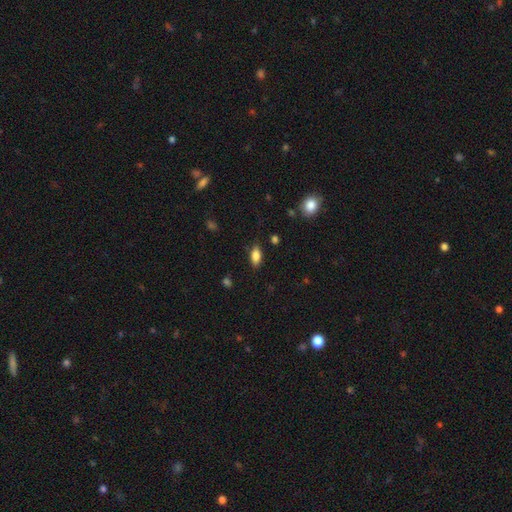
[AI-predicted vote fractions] Q: Smooth or featured?
A: smooth (84%); runner-up: featured or disk (8%)
Q: How rounded?
A: in between (86%); runner-up: cigar-shaped (10%)
Q: Merging?
A: none (82%); runner-up: minor disturbance (14%)